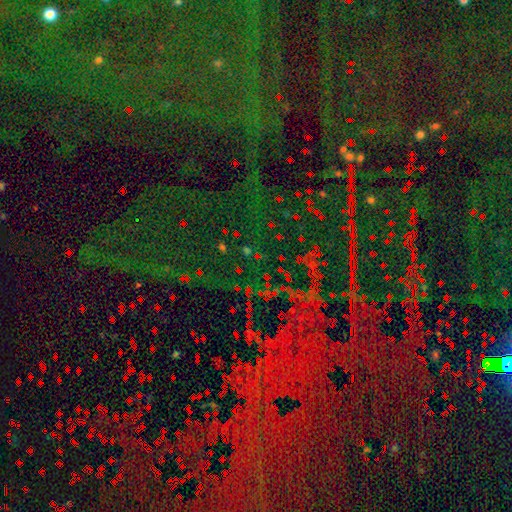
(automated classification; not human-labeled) A star or artifact, not a galaxy (88%).